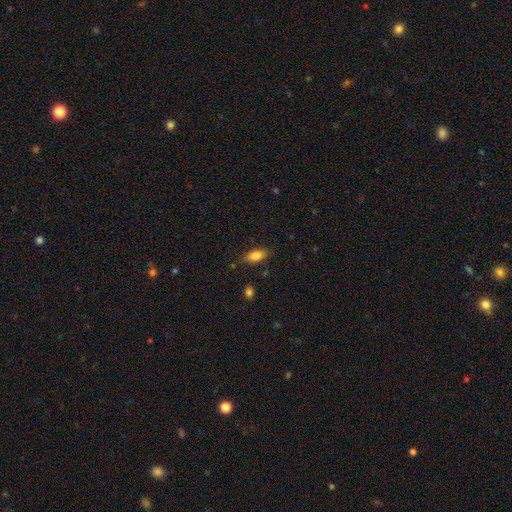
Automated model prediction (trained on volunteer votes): Smooth or featured? Predicted: smooth (p=0.84). How rounded? Predicted: in between (p=0.86). Merging? Predicted: none (p=0.80).